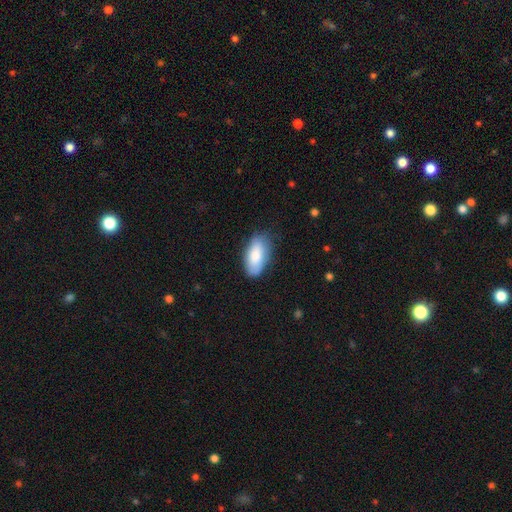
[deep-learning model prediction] A smooth galaxy with no disk features (80%) that is in between round and cigar-shaped (92%).

Vote fractions:
- Smooth or featured? smooth: 80% / featured or disk: 14% / star or artifact: 6%
- How rounded? in between: 92% / cigar-shaped: 6% / round: 2%
- Merging? none: 75% / minor disturbance: 20% / major disturbance: 4% / merger: 1%